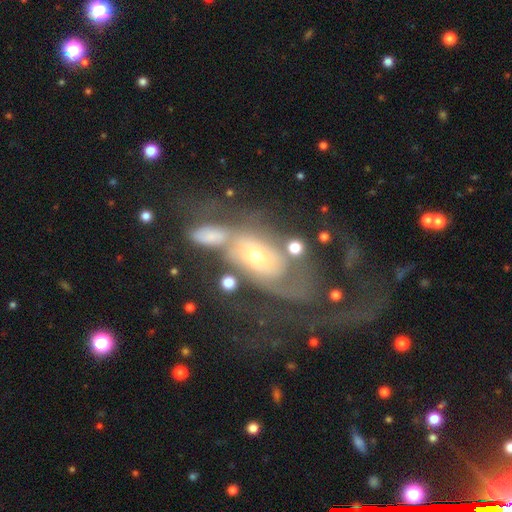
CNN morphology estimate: Overall: featured or disk (69%). Edge-on disk: no (92%). Bar: no (74%). Spiral arms: yes (69%; no 31%). Bulge size: small (51%; moderate 40%). Merging: major disturbance (40%; merger 31%).